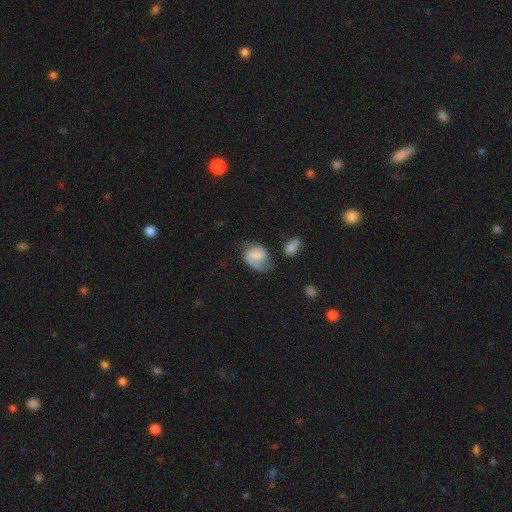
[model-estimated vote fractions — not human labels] This is likely a featured or disk galaxy (64%). It is clearly not viewed edge-on (97%). Bar: marginally weak (42%). Spiral arm pattern: clearly yes (91%). Spiral arm count: likely 2 (78%). Spiral winding: possibly medium (46%). Central bulge: possibly none (48%). Merging: possibly none (52%).